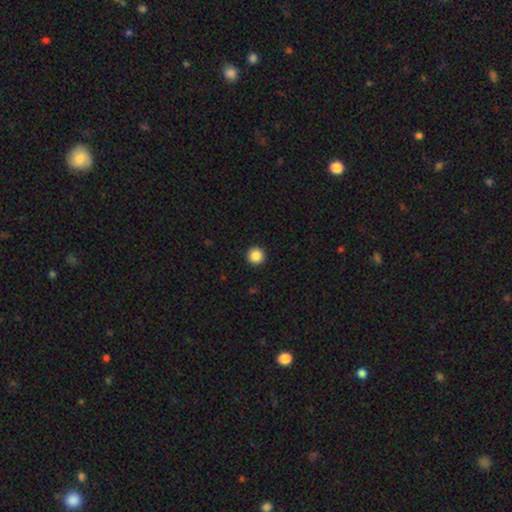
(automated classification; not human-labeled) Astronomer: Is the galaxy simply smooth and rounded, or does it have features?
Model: smooth — 87%.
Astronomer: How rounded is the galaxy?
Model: round — 97%.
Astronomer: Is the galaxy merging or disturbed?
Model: none — 94%.